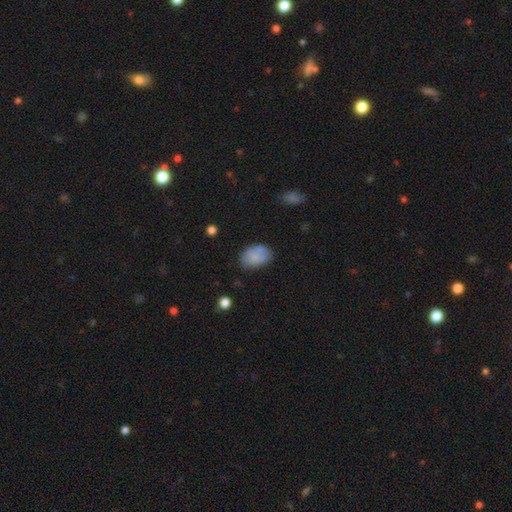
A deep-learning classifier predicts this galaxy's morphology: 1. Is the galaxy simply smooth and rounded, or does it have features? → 77% smooth, 15% featured or disk, 8% star or artifact.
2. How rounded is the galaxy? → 86% in between, 13% round, 1% cigar-shaped.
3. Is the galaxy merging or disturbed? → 62% none, 25% minor disturbance, 7% major disturbance, 6% merger.